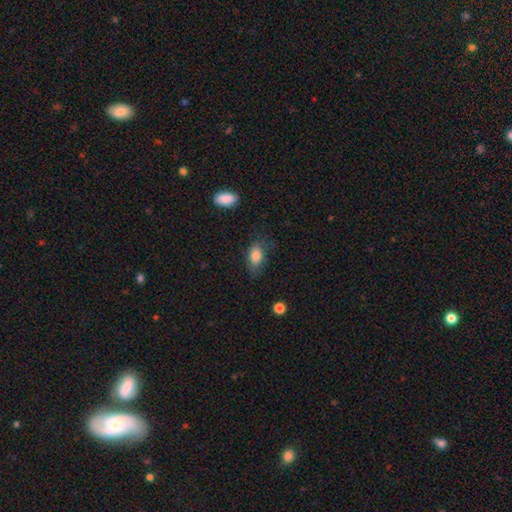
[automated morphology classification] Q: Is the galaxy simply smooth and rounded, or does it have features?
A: smooth — 83%.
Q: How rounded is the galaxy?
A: in between — 87%.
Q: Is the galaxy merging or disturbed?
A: none — 67%.